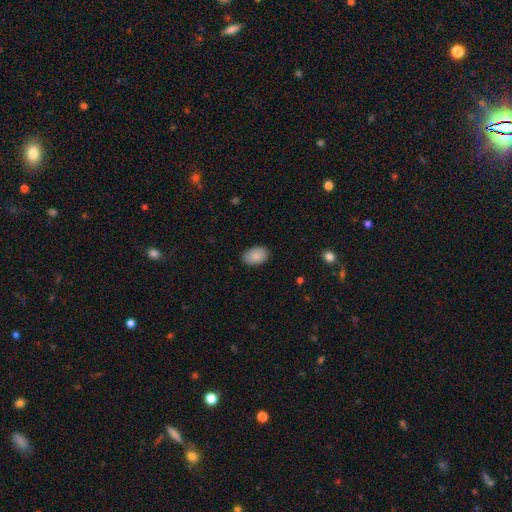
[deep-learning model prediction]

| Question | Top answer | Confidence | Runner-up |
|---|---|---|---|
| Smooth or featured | smooth | 85% | featured or disk (9%) |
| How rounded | in between | 90% | round (9%) |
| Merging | none | 85% | minor disturbance (12%) |